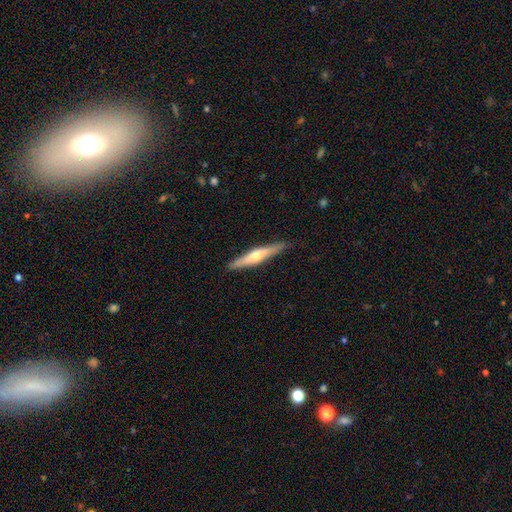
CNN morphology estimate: A featured or disk galaxy (60%) viewed edge-on (95%) with a rounded central bulge (89%).

Vote fractions:
- Smooth or featured? featured or disk: 60% / smooth: 34% / star or artifact: 5%
- Edge-on disk? yes: 95% / no: 5%
- Edge-on bulge? rounded: 89% / none: 6% / boxy: 4%
- Merging? none: 88% / minor disturbance: 9% / major disturbance: 2% / merger: 1%